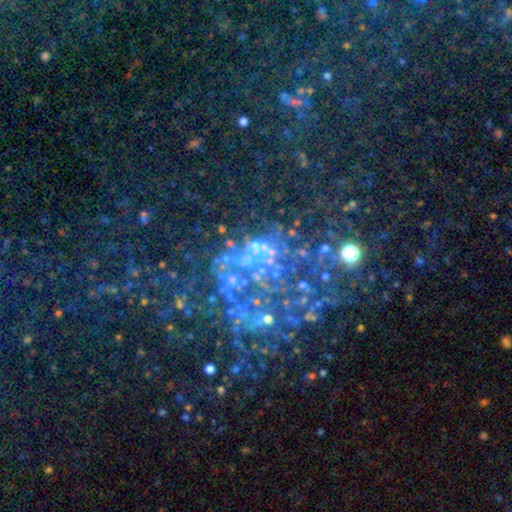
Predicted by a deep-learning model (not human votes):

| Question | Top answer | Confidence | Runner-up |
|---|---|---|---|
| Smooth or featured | star or artifact | 55% | featured or disk (28%) |